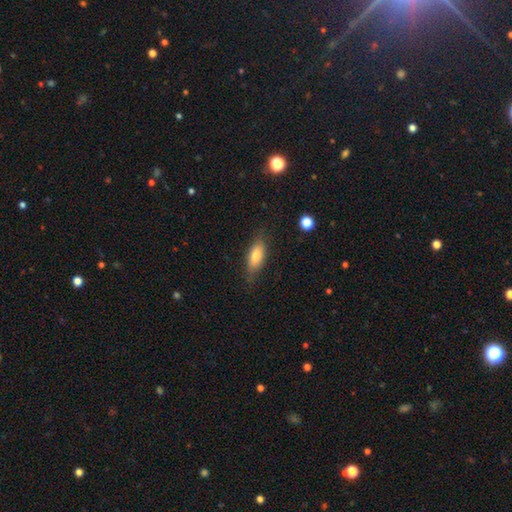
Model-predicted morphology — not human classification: smooth_or_featured: smooth (p=0.78) [alt: featured or disk p=0.15]
how_rounded: in between (p=0.74) [alt: cigar-shaped p=0.23]
merging: none (p=0.76) [alt: minor disturbance p=0.18]